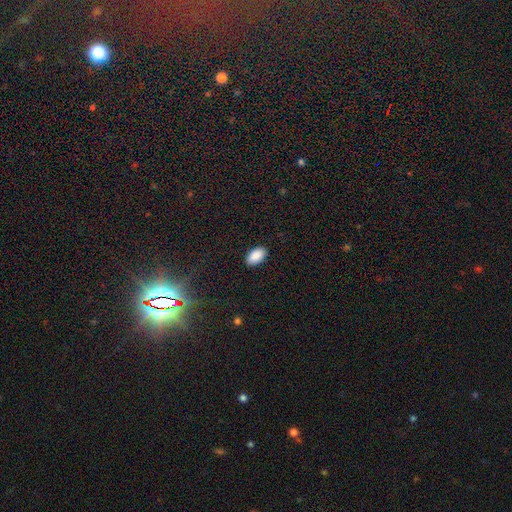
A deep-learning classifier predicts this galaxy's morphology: A smooth galaxy with no disk features (90%) that is in between round and cigar-shaped (95%). Merging: none (89%).